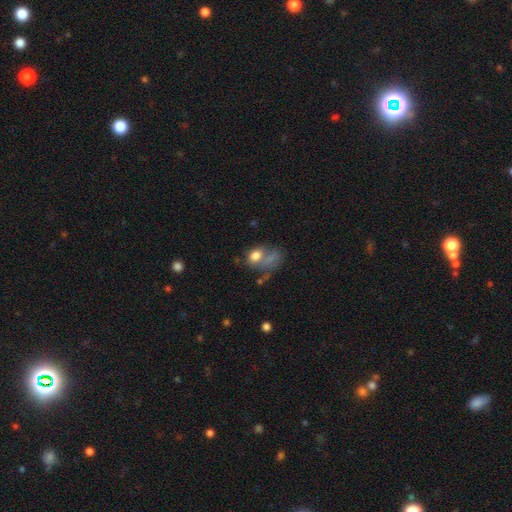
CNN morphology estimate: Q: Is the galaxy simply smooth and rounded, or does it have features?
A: smooth — 74%.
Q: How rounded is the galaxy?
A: in between — 70%.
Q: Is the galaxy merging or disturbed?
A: merger — 34%.